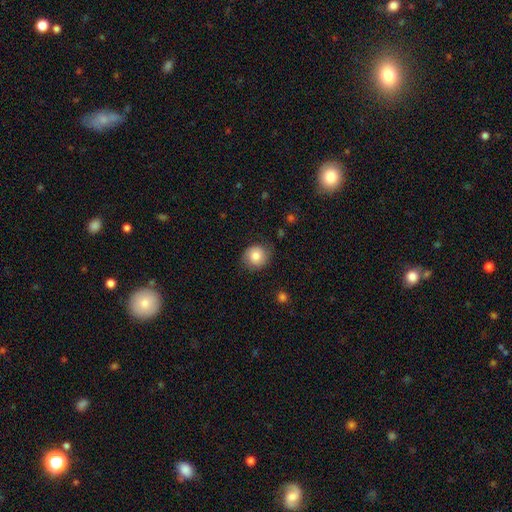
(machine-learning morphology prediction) Smooth or featured? smooth (80%)
How rounded? round (84%)
Merging? none (80%)